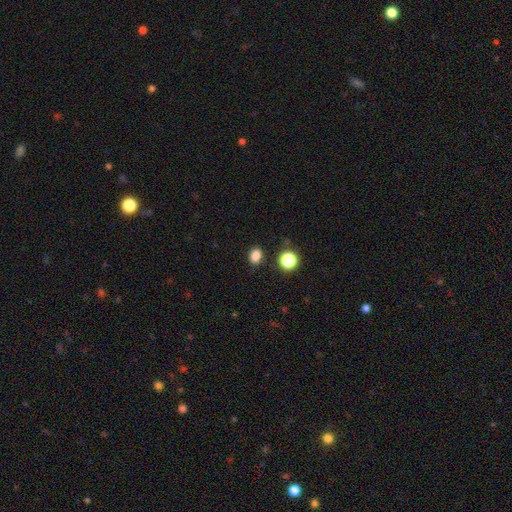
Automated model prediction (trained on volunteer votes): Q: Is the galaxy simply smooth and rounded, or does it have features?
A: smooth — 83%.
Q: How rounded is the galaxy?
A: in between — 68%.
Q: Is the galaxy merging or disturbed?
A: none — 86%.